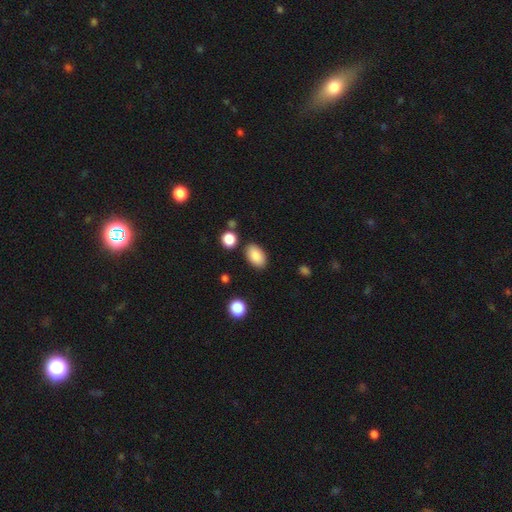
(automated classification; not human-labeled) Q: Smooth or featured?
A: smooth (86%); runner-up: star or artifact (8%)
Q: How rounded?
A: in between (91%); runner-up: round (7%)
Q: Merging?
A: none (84%); runner-up: minor disturbance (10%)